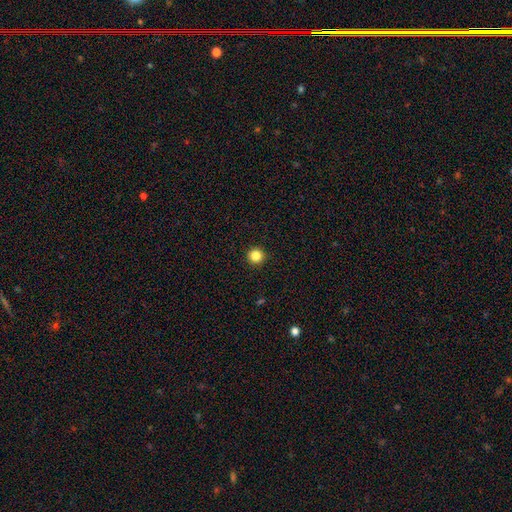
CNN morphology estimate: type=smooth (84%); roundness=round (96%); merging=none (94%).